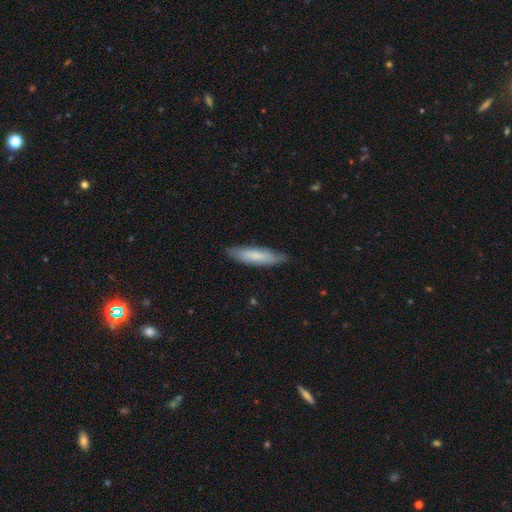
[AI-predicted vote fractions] Smooth or featured? Predicted: smooth (p=0.71). How rounded? Predicted: cigar-shaped (p=0.73). Merging? Predicted: none (p=0.82).